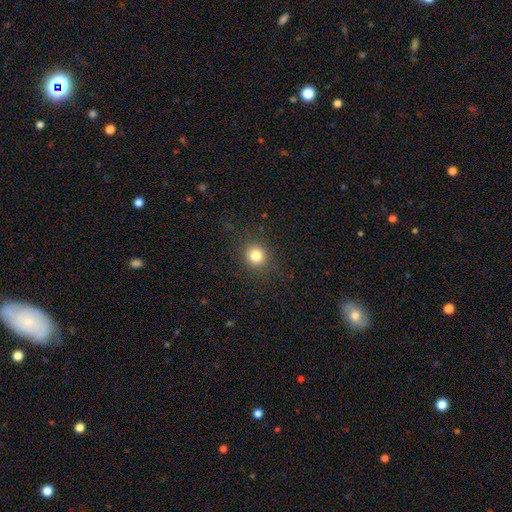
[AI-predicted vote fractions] Smooth or featured?
  - smooth: 81% *
  - star or artifact: 13%
  - featured or disk: 6%
How rounded?
  - round: 88% *
  - in between: 11%
  - cigar-shaped: 1%
Merging?
  - none: 88% *
  - minor disturbance: 8%
  - major disturbance: 3%
  - merger: 1%